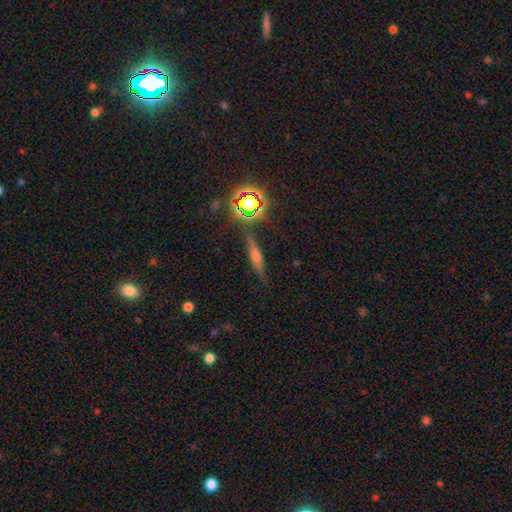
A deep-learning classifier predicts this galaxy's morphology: Overall: featured or disk (41%; smooth 37%). Merging: none (83%).